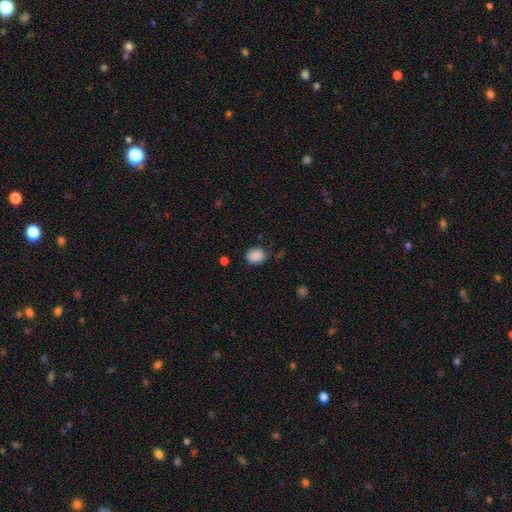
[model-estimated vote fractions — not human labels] A smooth galaxy with no disk features (88%) that is in between round and cigar-shaped (61%).

Vote fractions:
- Smooth or featured? smooth: 88% / star or artifact: 9% / featured or disk: 3%
- How rounded? in between: 61% / round: 38% / cigar-shaped: 1%
- Merging? none: 76% / minor disturbance: 18% / major disturbance: 4% / merger: 2%